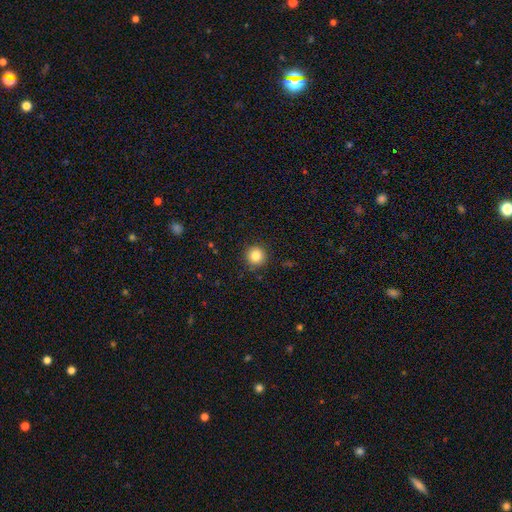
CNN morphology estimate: A smooth galaxy with no disk features (84%) that is round (94%).

Vote fractions:
- Smooth or featured? smooth: 84% / star or artifact: 11% / featured or disk: 5%
- How rounded? round: 94% / in between: 5% / cigar-shaped: 1%
- Merging? none: 90% / minor disturbance: 6% / major disturbance: 2% / merger: 1%